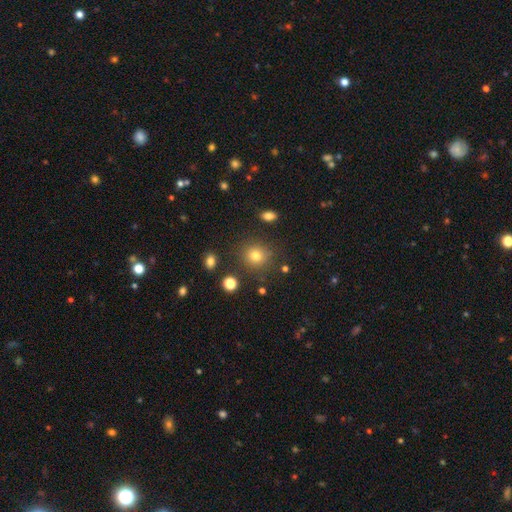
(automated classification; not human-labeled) Overall: smooth (78%). How rounded: round (86%). Merging: none (83%).